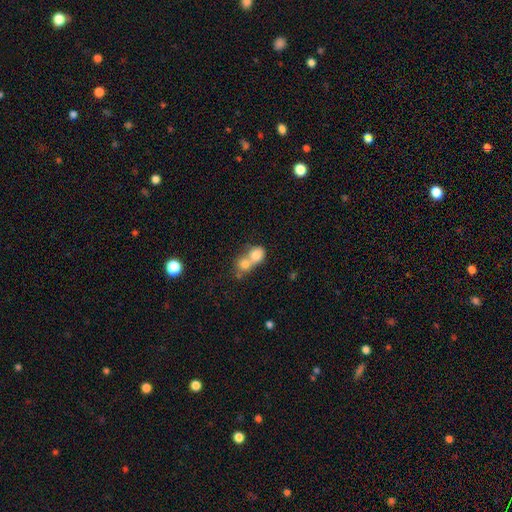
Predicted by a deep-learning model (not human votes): Q: Smooth or featured?
A: smooth (75%); runner-up: featured or disk (15%)
Q: How rounded?
A: round (69%); runner-up: in between (30%)
Q: Merging?
A: merger (71%); runner-up: none (21%)